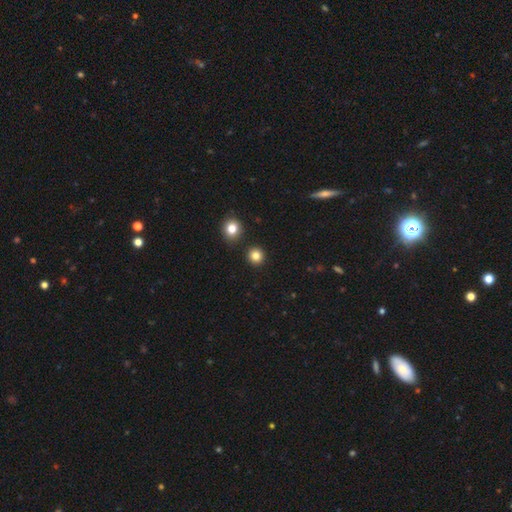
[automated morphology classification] Smooth or featured?
  - smooth: 83% *
  - star or artifact: 12%
  - featured or disk: 4%
How rounded?
  - round: 93% *
  - in between: 6%
  - cigar-shaped: 1%
Merging?
  - none: 91% *
  - minor disturbance: 4%
  - merger: 3%
  - major disturbance: 2%